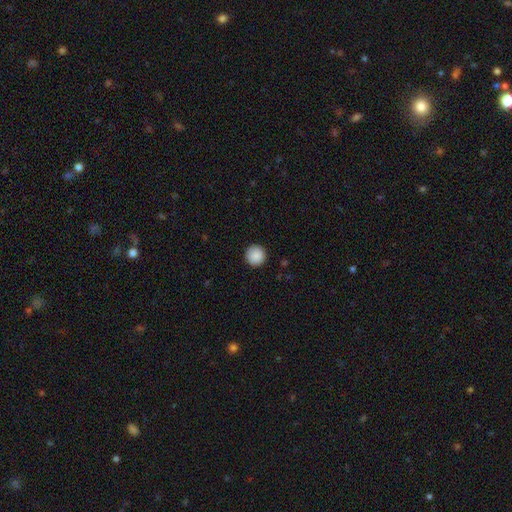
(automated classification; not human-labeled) smooth-or-featured: smooth: 89% | star or artifact: 8% | featured or disk: 3%
  how-rounded: round: 96% | in between: 3% | cigar-shaped: 1%
  merging: none: 92% | minor disturbance: 5% | major disturbance: 2% | merger: 1%